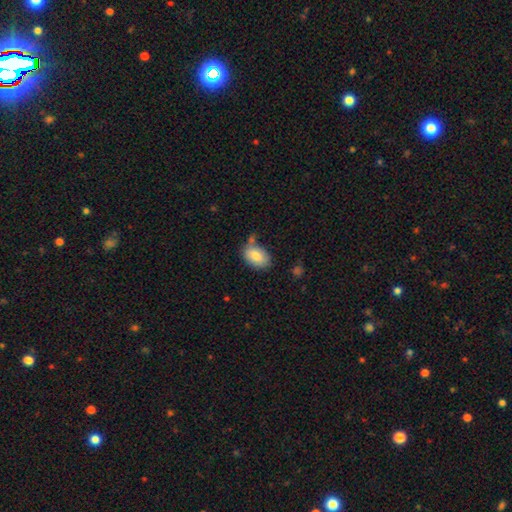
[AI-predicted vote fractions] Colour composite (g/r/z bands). It shows a smooth galaxy with no disk features (83%) that is in between round and cigar-shaped (88%). Merging: none (67%).